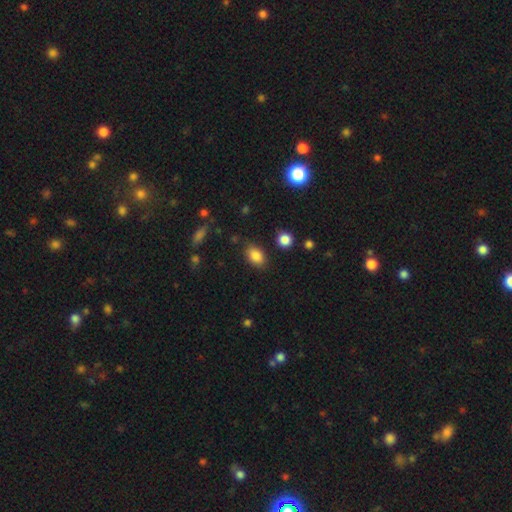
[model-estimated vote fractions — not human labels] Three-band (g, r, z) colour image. It shows a smooth galaxy with no disk features (85%) that is in between round and cigar-shaped (83%). Merging: none (83%).